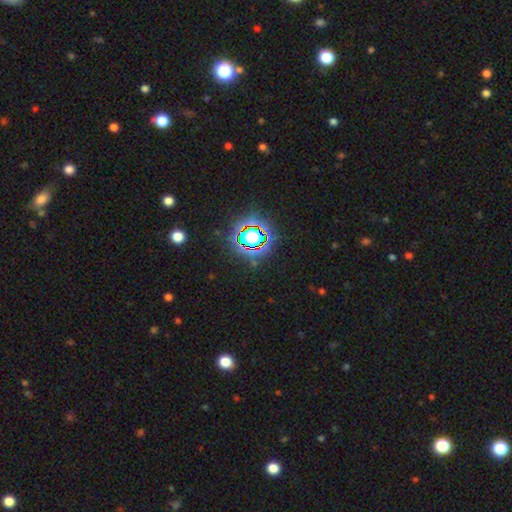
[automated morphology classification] type=star or artifact (80%).